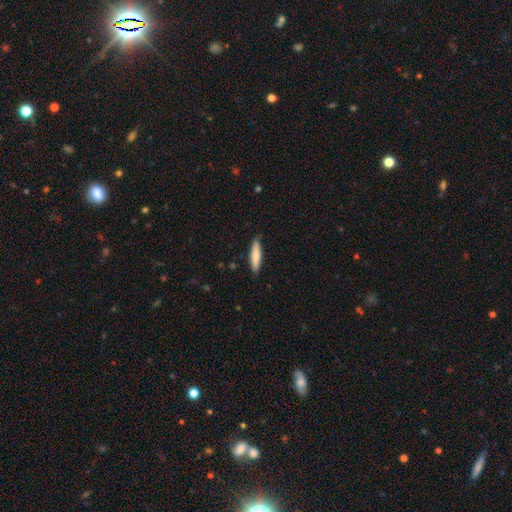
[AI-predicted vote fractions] The model was most divided on "smooth or featured": smooth: 80%, featured or disk: 15%, star or artifact: 5%. More confident: merging — none (89%); how rounded — cigar-shaped (83%).